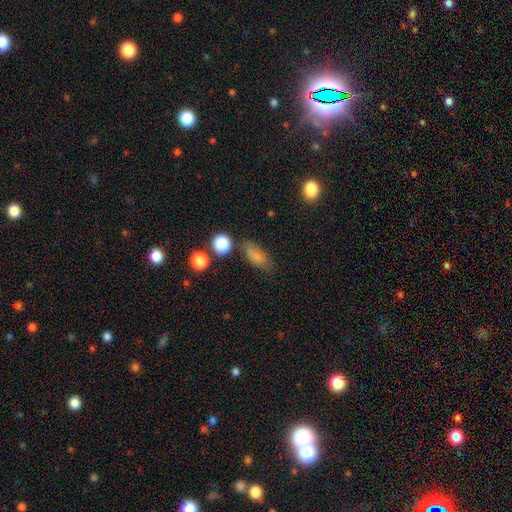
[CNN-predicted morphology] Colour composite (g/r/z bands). It shows a smooth galaxy with no disk features (77%) that is in between round and cigar-shaped (81%). Merging: none (67%).